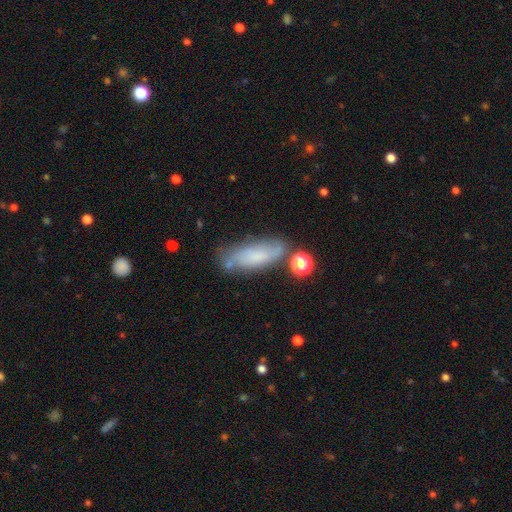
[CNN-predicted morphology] Q: Smooth or featured?
A: smooth (62%); runner-up: featured or disk (29%)
Q: How rounded?
A: in between (61%); runner-up: cigar-shaped (36%)
Q: Merging?
A: none (58%); runner-up: minor disturbance (24%)